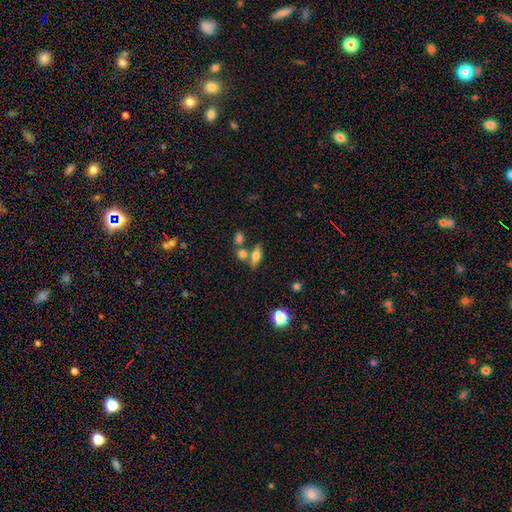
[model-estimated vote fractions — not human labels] Smooth or featured?
  - smooth: 57% *
  - featured or disk: 33%
  - star or artifact: 10%
How rounded?
  - in between: 59% *
  - cigar-shaped: 32%
  - round: 9%
Merging?
  - none: 61% *
  - merger: 23%
  - minor disturbance: 12%
  - major disturbance: 4%